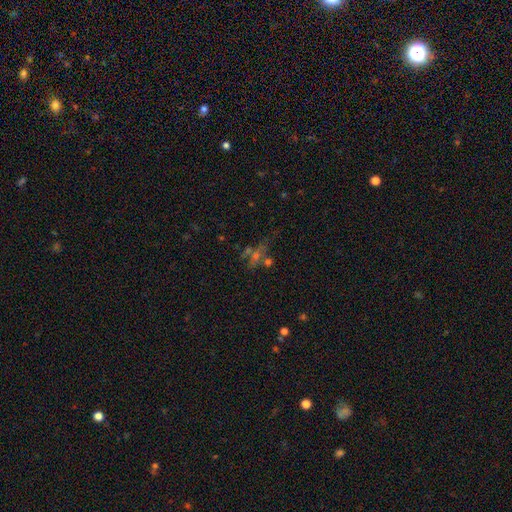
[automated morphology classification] type=star or artifact (49%).